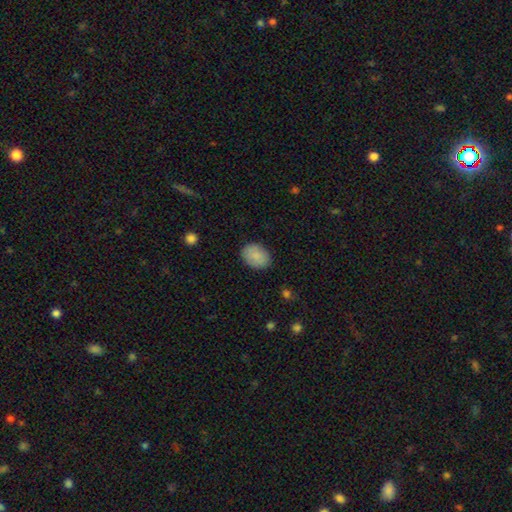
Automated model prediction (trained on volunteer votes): Morphology: type=smooth (88%); roundness=in between (76%); merging=none (86%).